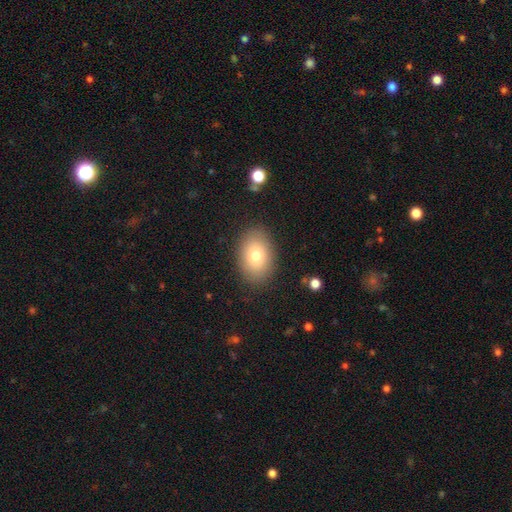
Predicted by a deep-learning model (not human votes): Q: Smooth or featured?
A: smooth (76%); runner-up: featured or disk (14%)
Q: How rounded?
A: in between (81%); runner-up: round (18%)
Q: Merging?
A: none (87%); runner-up: minor disturbance (9%)